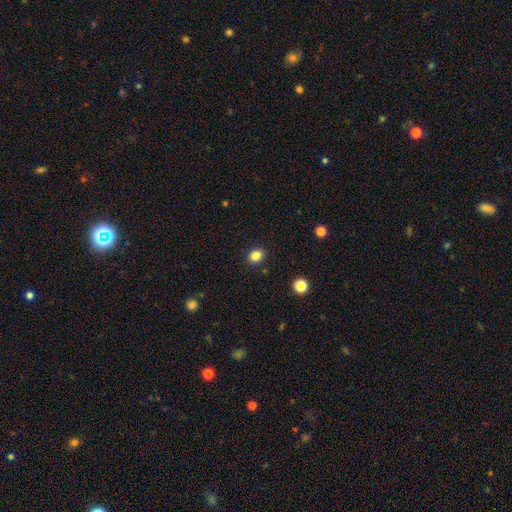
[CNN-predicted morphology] Smooth or featured: smooth — 84% (star or artifact — 11%)
How rounded: round — 62% (in between — 37%)
Merging: none — 90% (minor disturbance — 7%)